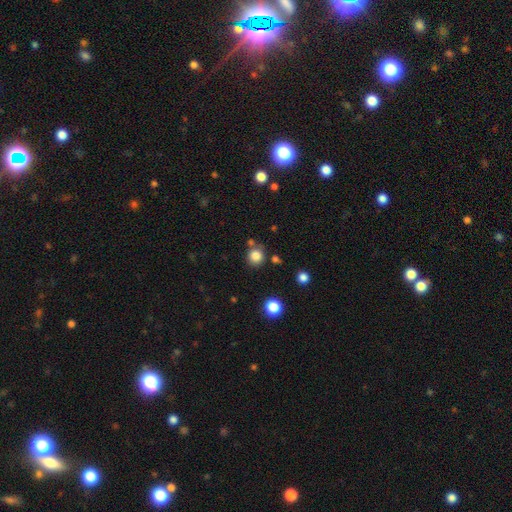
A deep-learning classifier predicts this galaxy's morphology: smooth-or-featured: smooth: 84% | star or artifact: 12% | featured or disk: 5%
  how-rounded: round: 90% | in between: 9% | cigar-shaped: 1%
  merging: none: 78% | minor disturbance: 10% | merger: 9% | major disturbance: 3%